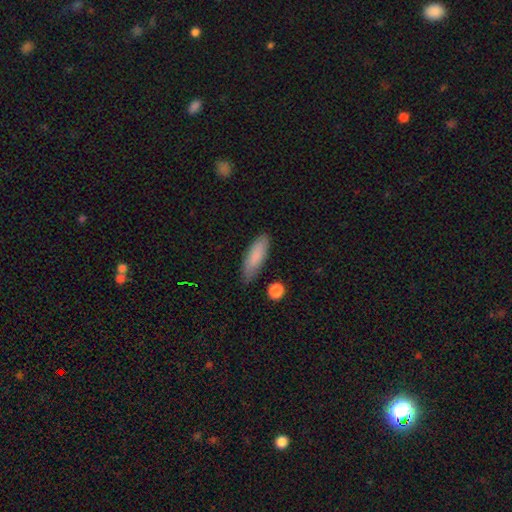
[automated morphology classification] This appears to be a smooth galaxy with no disk features (85%) that is cigar-shaped (50%). Merging: none (82%).